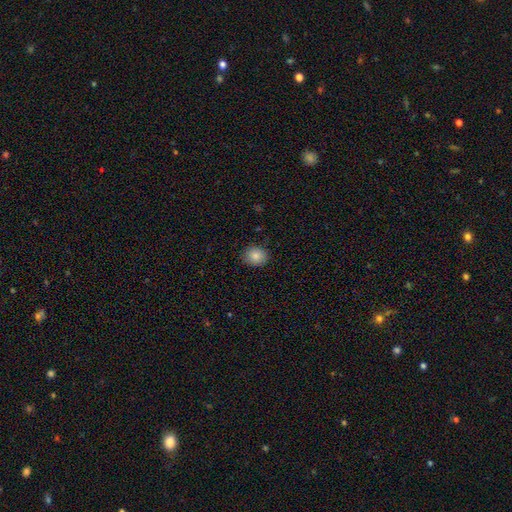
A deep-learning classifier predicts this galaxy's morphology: This appears to be a smooth galaxy with no disk features (85%) that is round (66%). Merging: none (87%).